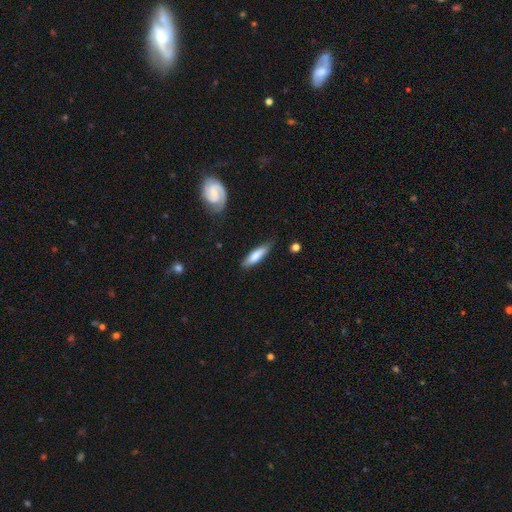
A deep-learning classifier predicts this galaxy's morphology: Smooth or featured? Predicted: smooth (p=0.69). How rounded? Predicted: cigar-shaped (p=0.68). Merging? Predicted: none (p=0.78).